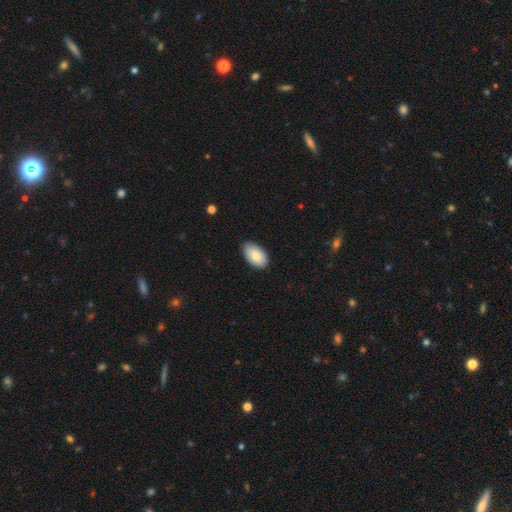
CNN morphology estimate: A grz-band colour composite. It shows a smooth galaxy with no disk features (82%) that is in between round and cigar-shaped (95%). Merging: none (85%).